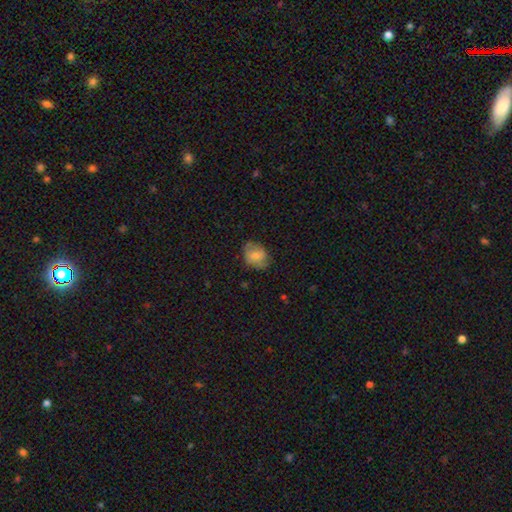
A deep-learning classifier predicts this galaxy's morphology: A smooth galaxy with no disk features (67%) that is in between round and cigar-shaped (55%). Merging: none (63%).